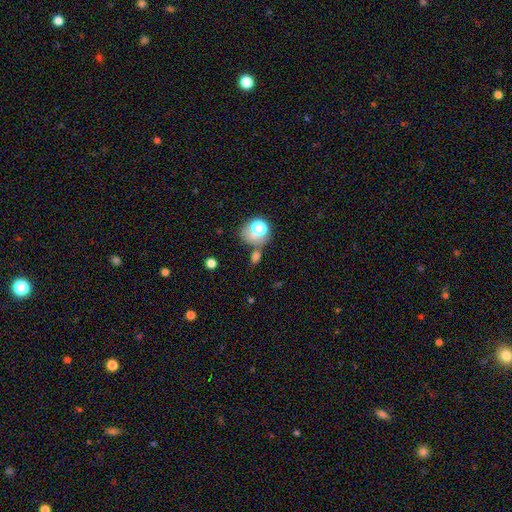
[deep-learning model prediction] A smooth galaxy with no disk features (64%) that is round (53%).

Vote fractions:
- Smooth or featured? smooth: 64% / star or artifact: 23% / featured or disk: 13%
- How rounded? round: 53% / in between: 44% / cigar-shaped: 3%
- Merging? none: 52% / merger: 23% / minor disturbance: 15% / major disturbance: 10%